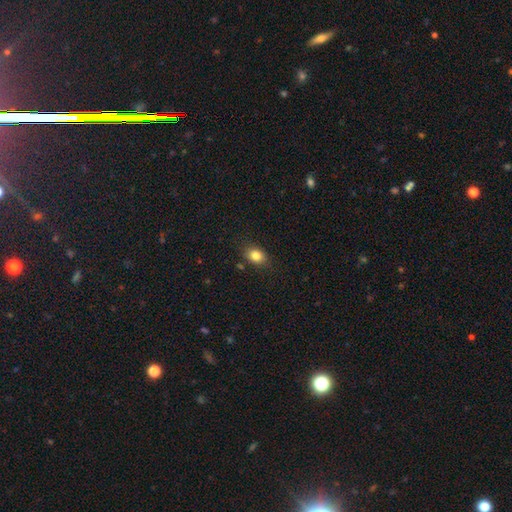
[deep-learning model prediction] A smooth galaxy with no disk features (84%) that is in between round and cigar-shaped (67%). Merging: none (80%).